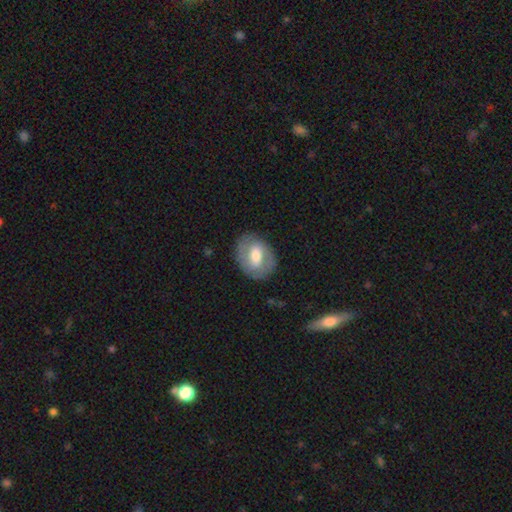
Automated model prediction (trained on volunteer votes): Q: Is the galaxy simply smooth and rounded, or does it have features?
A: featured or disk — 51%.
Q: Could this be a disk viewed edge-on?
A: no — 95%.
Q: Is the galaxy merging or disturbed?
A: none — 80%.